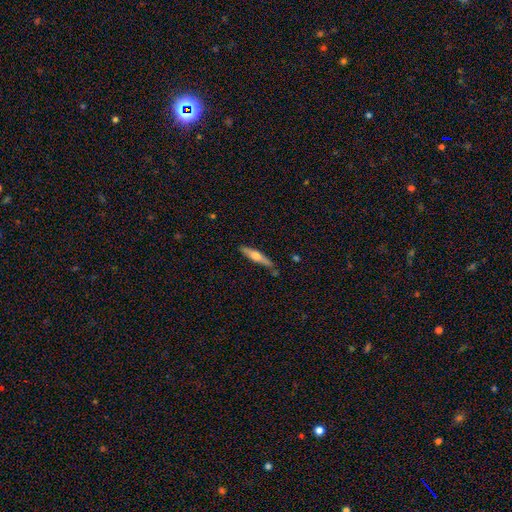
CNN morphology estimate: type=featured or disk (49%); merging=none (80%).